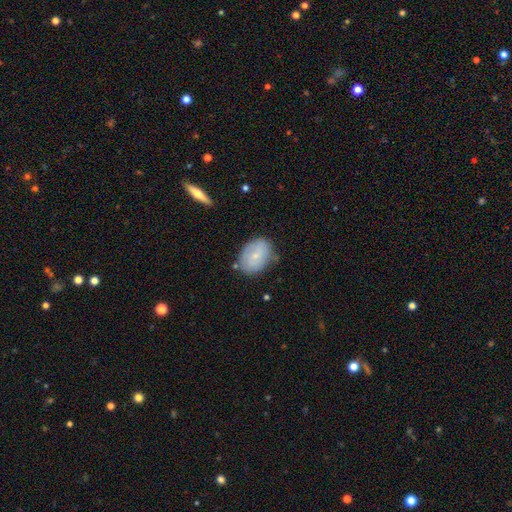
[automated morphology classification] This is possibly a smooth galaxy (59%). How rounded: likely in between (78%). Merging: likely none (67%).